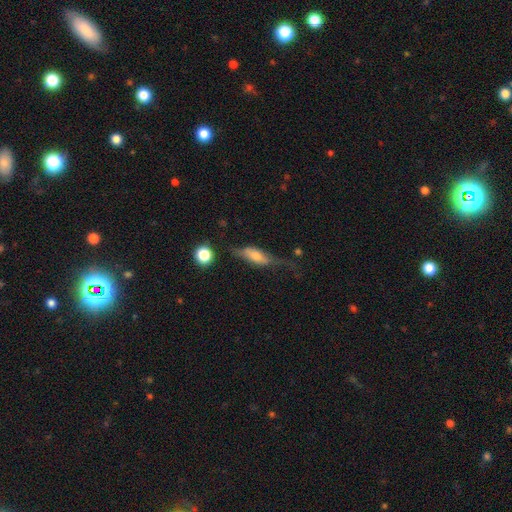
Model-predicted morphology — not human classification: Q: Smooth or featured?
A: featured or disk (47%); runner-up: smooth (46%)
Q: Merging?
A: none (38%); runner-up: major disturbance (30%)